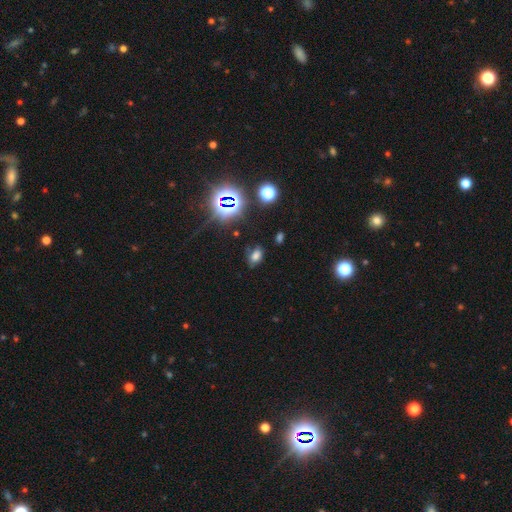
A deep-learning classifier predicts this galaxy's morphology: type=smooth (61%); roundness=in between (84%); merging=none (68%).